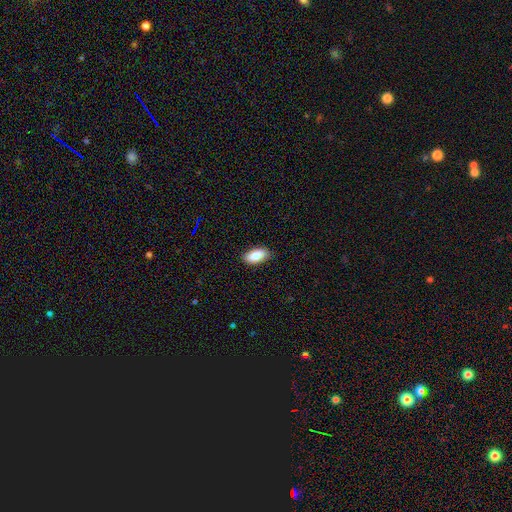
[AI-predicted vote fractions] smooth_or_featured: smooth (p=0.85) [alt: featured or disk p=0.09]
how_rounded: in between (p=0.92) [alt: cigar-shaped p=0.06]
merging: none (p=0.87) [alt: minor disturbance p=0.10]